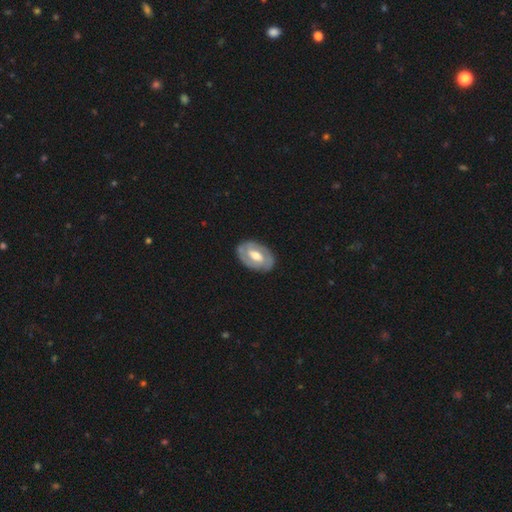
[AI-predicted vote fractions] Smooth or featured?
  - featured or disk: 70% *
  - smooth: 25%
  - star or artifact: 4%
Edge-on disk?
  - no: 95% *
  - yes: 5%
Bar?
  - weak: 44% *
  - no: 31%
  - strong: 26%
Spiral arms?
  - yes: 62% *
  - no: 38%
Bulge size?
  - moderate: 68% *
  - large: 18%
  - small: 12%
  - none: 1%
  - dominant: 1%
Merging?
  - none: 83% *
  - minor disturbance: 12%
  - major disturbance: 4%
  - merger: 1%